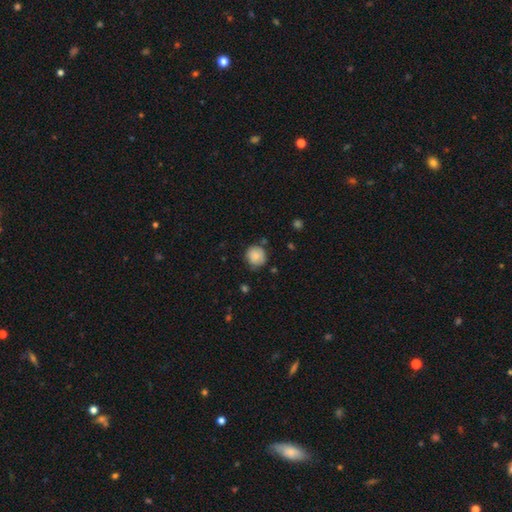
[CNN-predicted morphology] Q: Smooth or featured?
A: smooth (83%); runner-up: featured or disk (9%)
Q: How rounded?
A: round (88%); runner-up: in between (12%)
Q: Merging?
A: none (72%); runner-up: minor disturbance (21%)